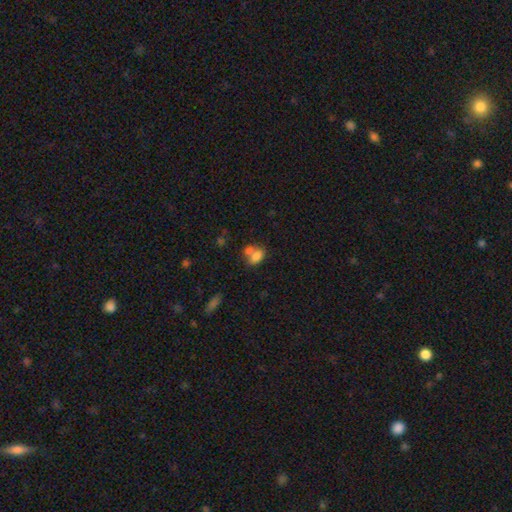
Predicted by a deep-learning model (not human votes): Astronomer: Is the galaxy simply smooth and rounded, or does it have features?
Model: smooth — 77%.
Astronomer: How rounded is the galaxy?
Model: in between — 79%.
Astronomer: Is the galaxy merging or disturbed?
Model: merger — 50% (runner-up: none, 33%).